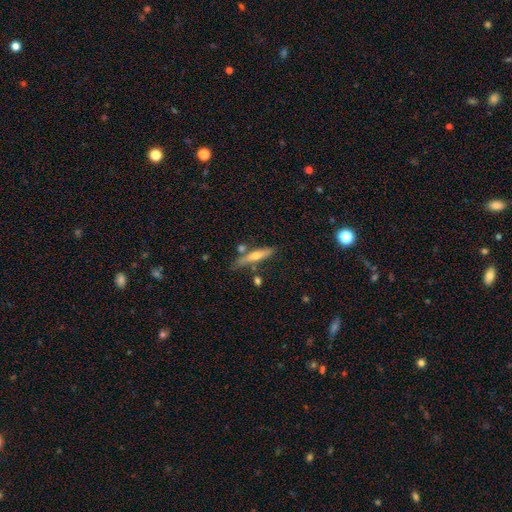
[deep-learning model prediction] A featured or disk galaxy (50%).

Vote fractions:
- Smooth or featured? featured or disk: 50% / smooth: 44% / star or artifact: 6%
- Merging? none: 71% / minor disturbance: 15% / merger: 11% / major disturbance: 4%